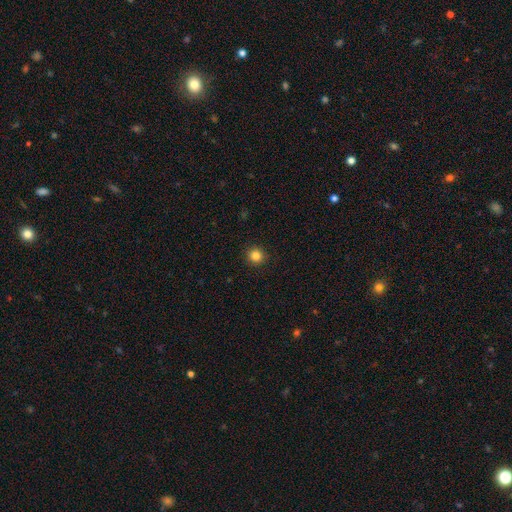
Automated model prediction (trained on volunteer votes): smooth_or_featured: smooth (p=0.84) [alt: star or artifact p=0.12]
how_rounded: round (p=0.95) [alt: in between p=0.04]
merging: none (p=0.93) [alt: minor disturbance p=0.04]